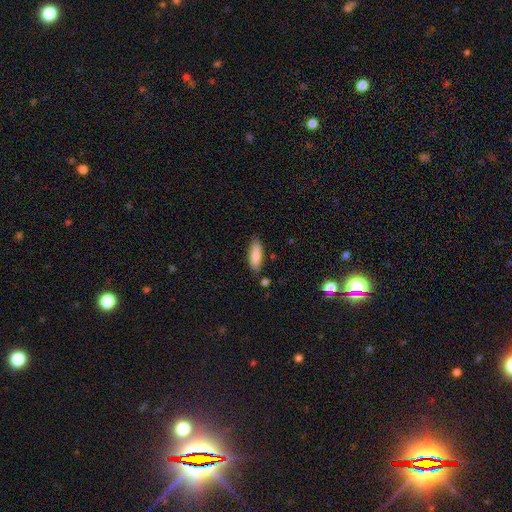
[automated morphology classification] A smooth galaxy with no disk features (85%) that is in between round and cigar-shaped (58%). Merging: none (79%).